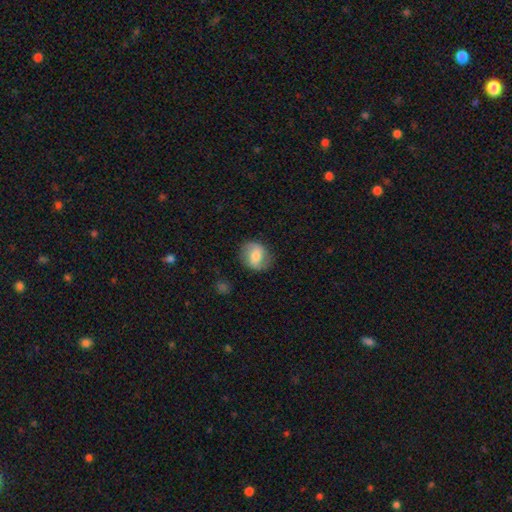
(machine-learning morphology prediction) This appears to be a smooth galaxy with no disk features (60%) that is round (56%). Merging: none (78%).